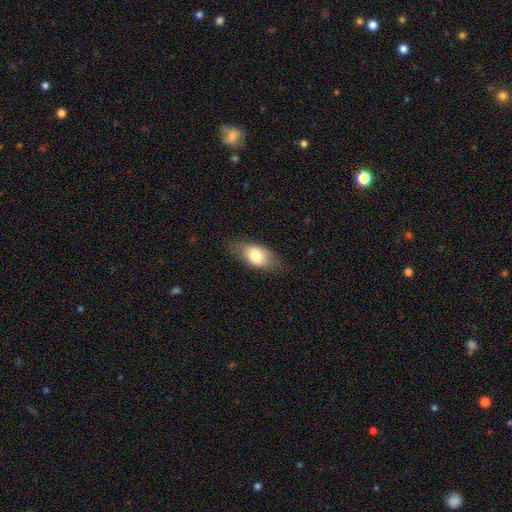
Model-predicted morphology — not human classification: smooth-or-featured: smooth: 78% | featured or disk: 15% | star or artifact: 7%
  how-rounded: in between: 88% | round: 7% | cigar-shaped: 5%
  merging: none: 77% | minor disturbance: 17% | major disturbance: 5% | merger: 1%